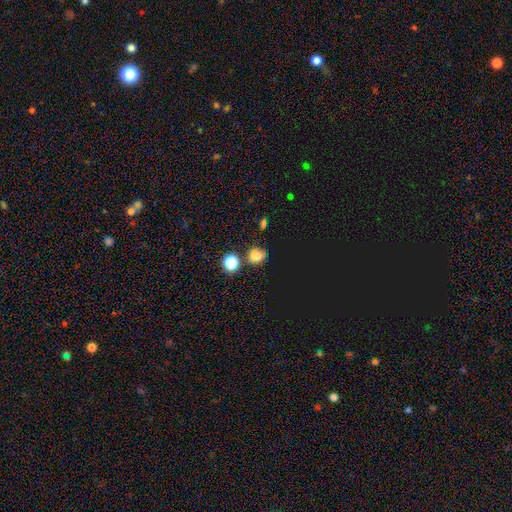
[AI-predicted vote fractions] smooth 65%, star or artifact 28%, featured or disk 7%. Down the decision tree: how rounded — round (81%); merging — none (69%).